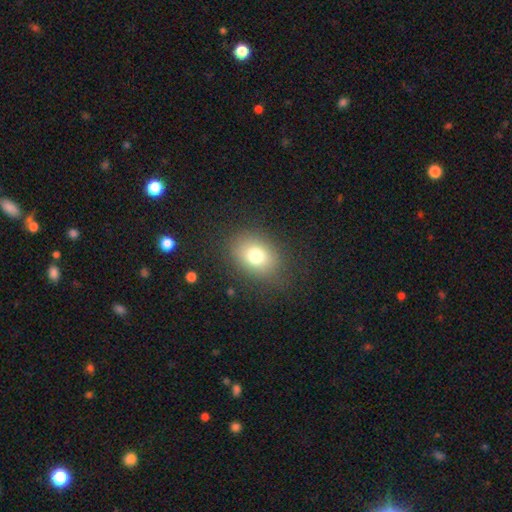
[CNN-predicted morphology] Smooth or featured? Predicted: smooth (p=0.75). How rounded? Predicted: in between (p=0.59). Merging? Predicted: none (p=0.80).